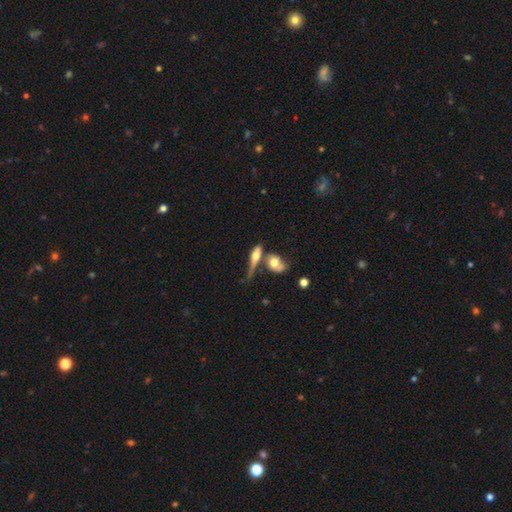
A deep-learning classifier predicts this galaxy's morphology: The model was most divided on "smooth or featured": smooth: 47%, featured or disk: 44%, star or artifact: 9%. Remaining: merging — merger (41%).